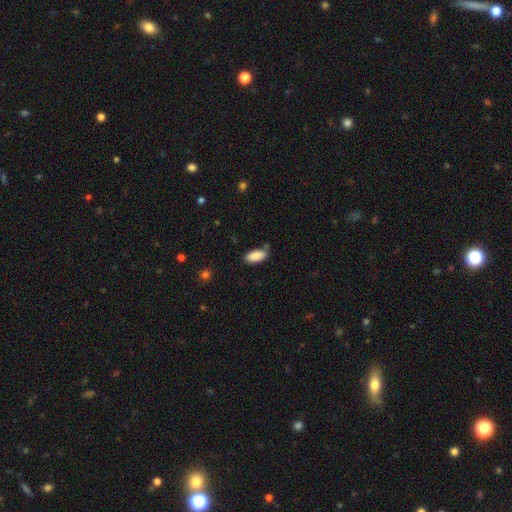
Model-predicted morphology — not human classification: A smooth galaxy with no disk features (87%) that is in between round and cigar-shaped (85%). Merging: none (72%).